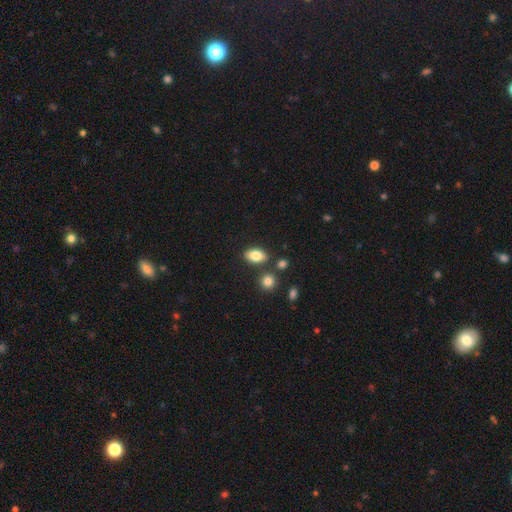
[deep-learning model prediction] Smooth or featured?
  - smooth: 82% *
  - featured or disk: 9%
  - star or artifact: 8%
How rounded?
  - in between: 88% *
  - round: 9%
  - cigar-shaped: 3%
Merging?
  - none: 77% *
  - minor disturbance: 11%
  - merger: 9%
  - major disturbance: 3%